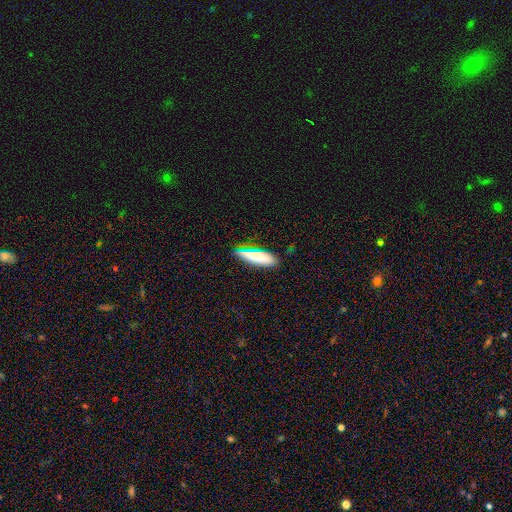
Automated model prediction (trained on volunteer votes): This is likely a smooth galaxy (70%). How rounded: possibly cigar-shaped (55%). Merging: likely none (75%).